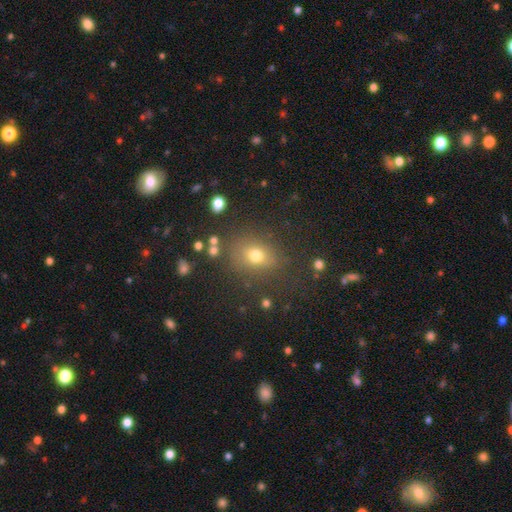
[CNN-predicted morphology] smooth 70%, star or artifact 18%, featured or disk 12%. Down the decision tree: how rounded — in between (50%); merging — none (77%).